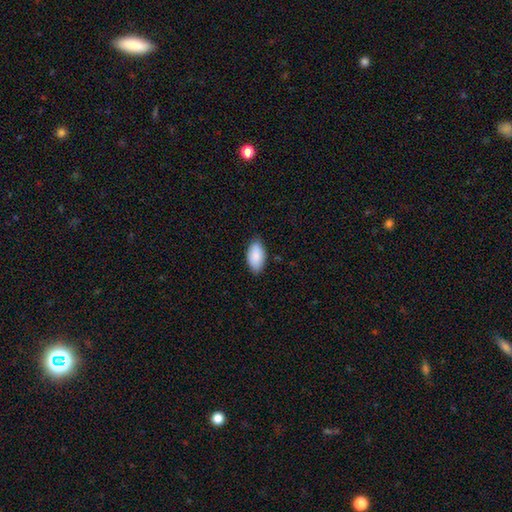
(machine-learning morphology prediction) Smooth or featured? Predicted: smooth (p=0.89). How rounded? Predicted: in between (p=0.95). Merging? Predicted: none (p=0.82).